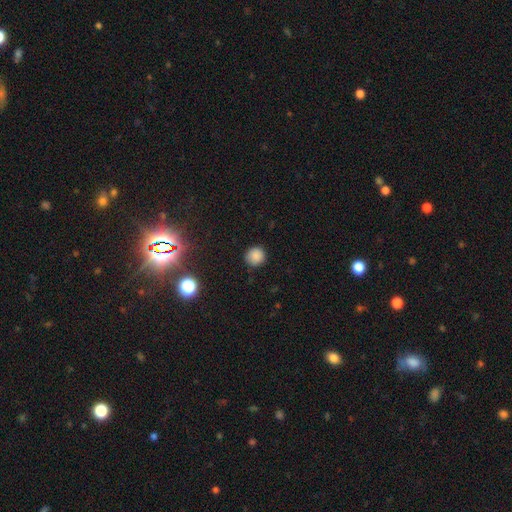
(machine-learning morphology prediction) type=smooth (84%); roundness=round (93%); merging=none (87%).